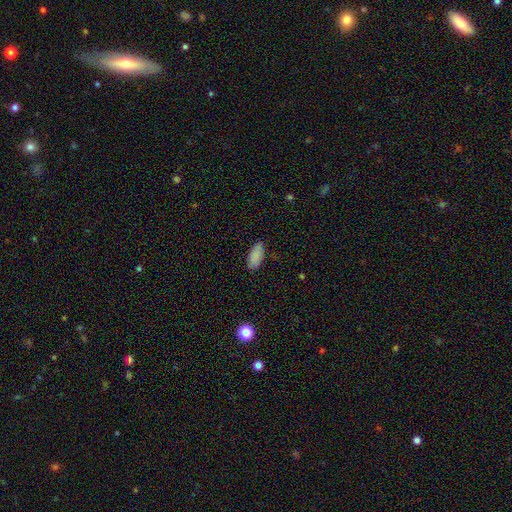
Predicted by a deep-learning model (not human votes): This is clearly a smooth galaxy (88%). How rounded: clearly in between (88%). Merging: clearly none (84%).